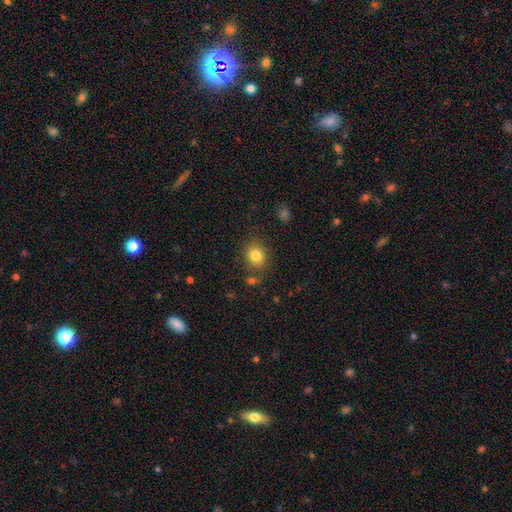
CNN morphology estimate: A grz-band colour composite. It shows a smooth galaxy with no disk features (82%) that is round (68%). Merging: none (81%).